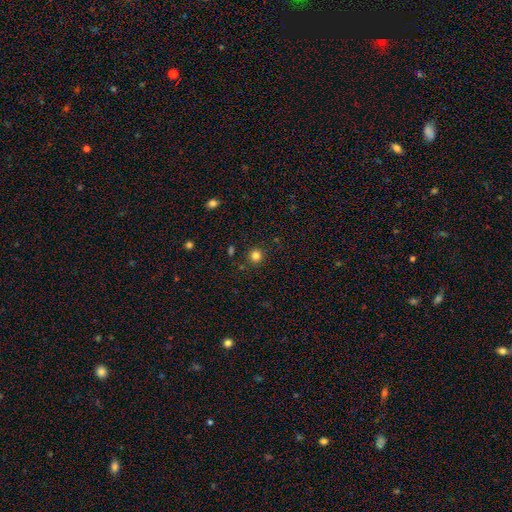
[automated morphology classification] Overall: smooth (82%). How rounded: round (93%). Merging: none (89%).